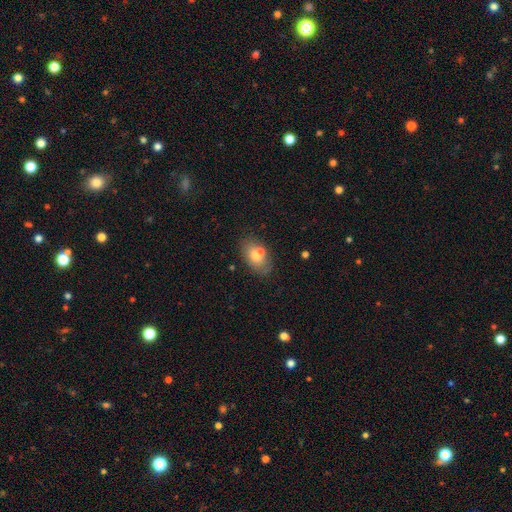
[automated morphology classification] This appears to be a smooth galaxy with no disk features (68%) that is in between round and cigar-shaped (87%). Merging: none (63%).